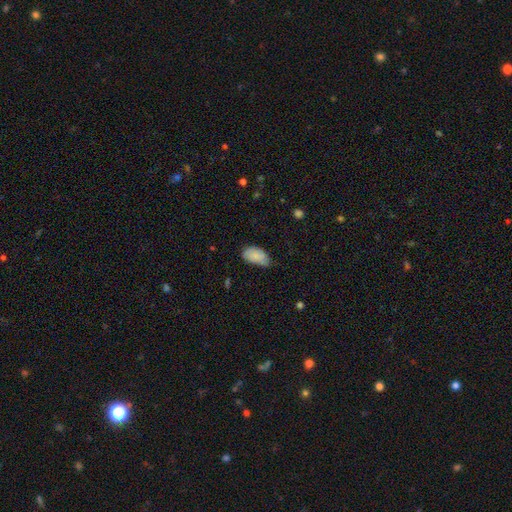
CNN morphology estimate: This is clearly a smooth galaxy (83%). How rounded: clearly in between (94%). Merging: possibly minor disturbance (50%).